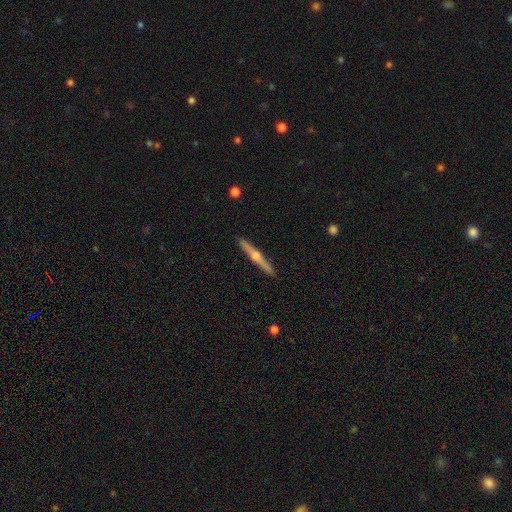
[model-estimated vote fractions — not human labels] This is likely a featured or disk galaxy (71%). It is clearly viewed edge-on (98%). Edge-on bulge: clearly rounded (92%). Merging: clearly none (92%).